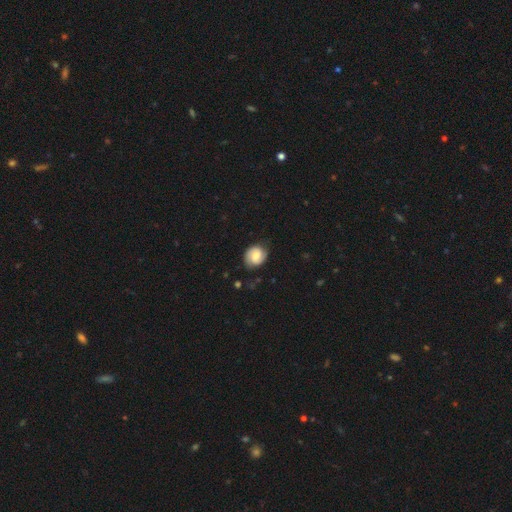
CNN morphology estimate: smooth_or_featured: featured or disk (p=0.54) [alt: smooth p=0.38]
disk_edge_on: no (p=0.98) [alt: yes p=0.02]
bar: weak (p=0.46) [alt: no p=0.42]
has_spiral_arms: yes (p=0.91) [alt: no p=0.09]
bulge_size: moderate (p=0.45) [alt: small p=0.30]
merging: none (p=0.77) [alt: minor disturbance p=0.16]